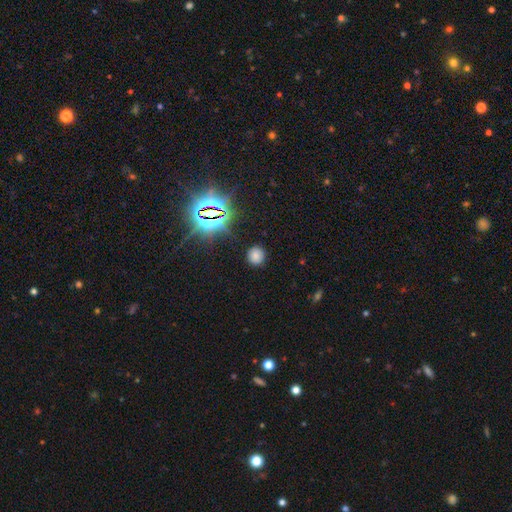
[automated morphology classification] Smooth or featured? Predicted: smooth (p=0.71). How rounded? Predicted: round (p=0.87). Merging? Predicted: none (p=0.87).